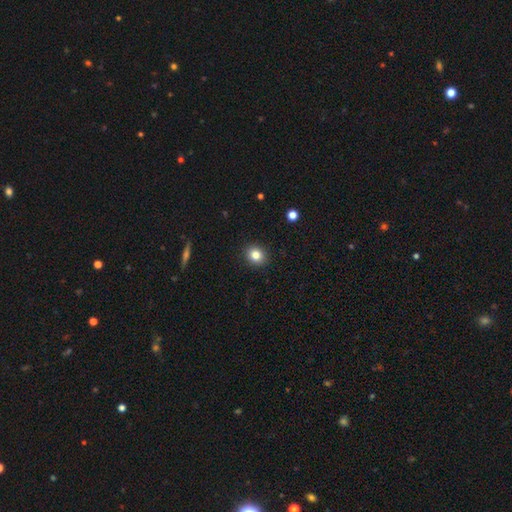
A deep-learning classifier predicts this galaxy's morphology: This is clearly a smooth galaxy (83%). How rounded: likely round (71%). Merging: clearly none (91%).